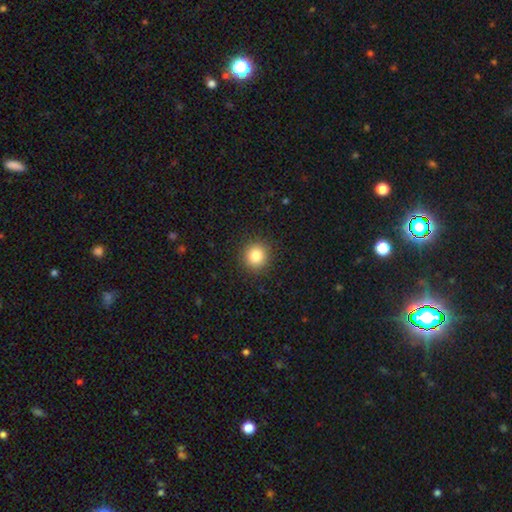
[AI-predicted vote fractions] Overall: smooth (83%). How rounded: round (93%). Merging: none (92%).